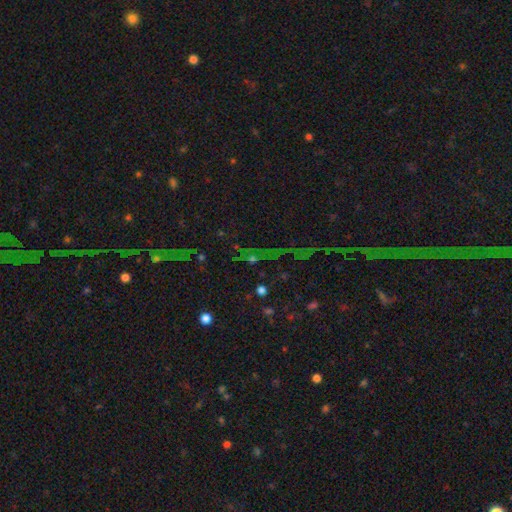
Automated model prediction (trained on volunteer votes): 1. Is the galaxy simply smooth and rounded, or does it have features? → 73% star or artifact, 15% smooth, 12% featured or disk.